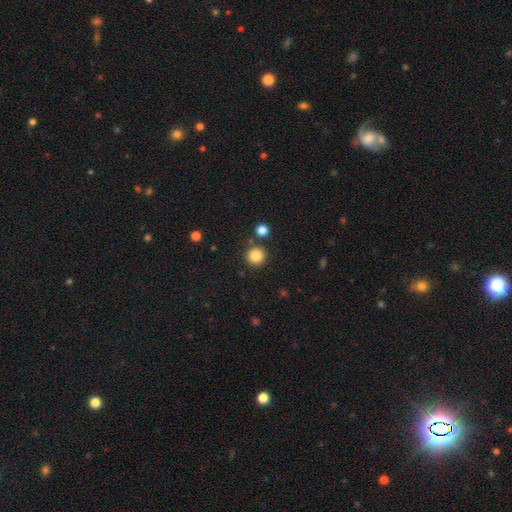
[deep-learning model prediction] smooth_or_featured: smooth (p=0.84) [alt: star or artifact p=0.11]
how_rounded: round (p=0.95) [alt: in between p=0.04]
merging: none (p=0.86) [alt: minor disturbance p=0.06]